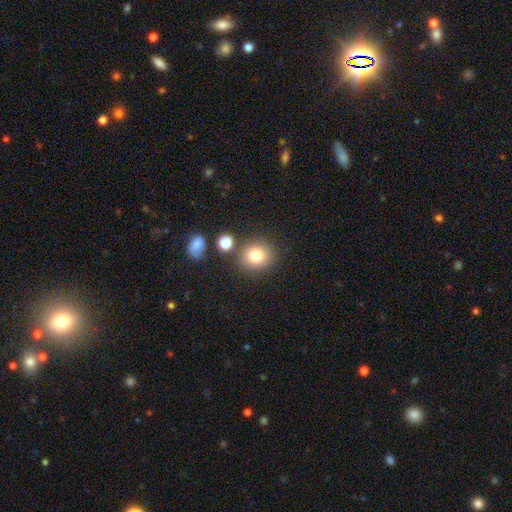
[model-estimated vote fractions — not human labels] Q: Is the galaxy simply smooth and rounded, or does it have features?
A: smooth — 79%.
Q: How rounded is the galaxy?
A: round — 86%.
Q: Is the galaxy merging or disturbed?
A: none — 80%.